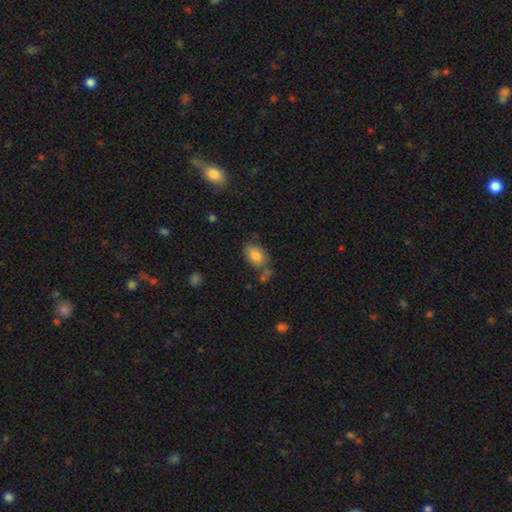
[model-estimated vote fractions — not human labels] Smooth or featured?
  - smooth: 83% *
  - featured or disk: 9%
  - star or artifact: 8%
How rounded?
  - in between: 89% *
  - round: 9%
  - cigar-shaped: 2%
Merging?
  - none: 65% *
  - minor disturbance: 18%
  - merger: 11%
  - major disturbance: 5%